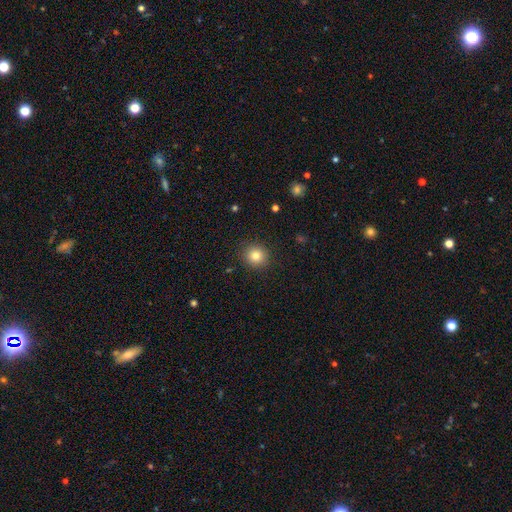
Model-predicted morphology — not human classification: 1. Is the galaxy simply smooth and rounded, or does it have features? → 82% smooth, 11% star or artifact, 7% featured or disk.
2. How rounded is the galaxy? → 90% round, 9% in between, 1% cigar-shaped.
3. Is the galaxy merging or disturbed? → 90% none, 6% minor disturbance, 2% major disturbance, 1% merger.